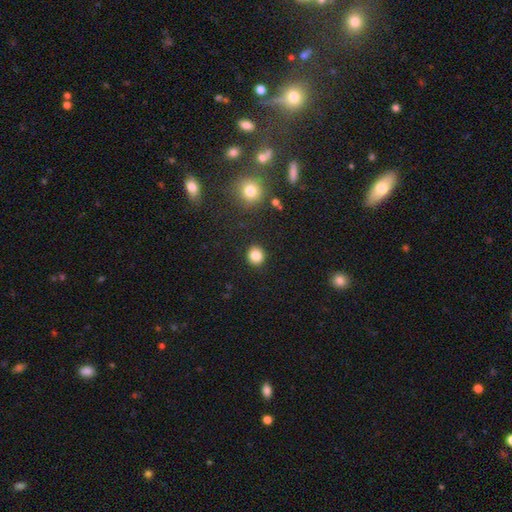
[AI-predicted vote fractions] smooth 85%, star or artifact 11%, featured or disk 5%. Down the decision tree: how rounded — round (84%); merging — none (91%).